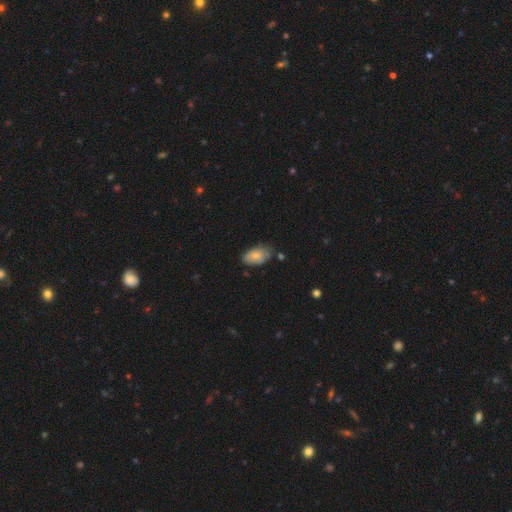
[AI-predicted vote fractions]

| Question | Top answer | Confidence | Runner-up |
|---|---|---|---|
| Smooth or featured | smooth | 75% | featured or disk (18%) |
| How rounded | in between | 93% | round (5%) |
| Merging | none | 64% | minor disturbance (28%) |